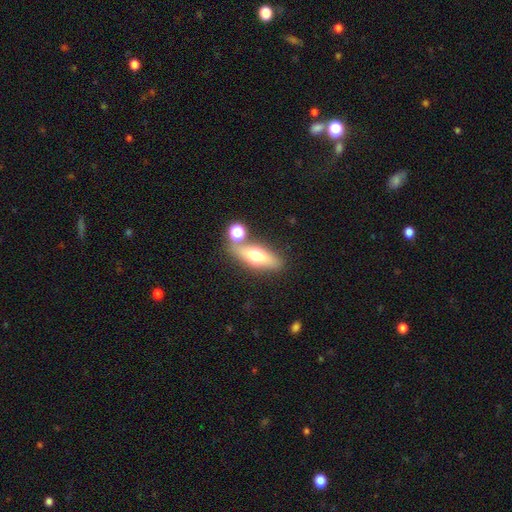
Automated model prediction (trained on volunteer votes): This appears to be a smooth galaxy with no disk features (58%) that is in between round and cigar-shaped (56%). Merging: none (67%).